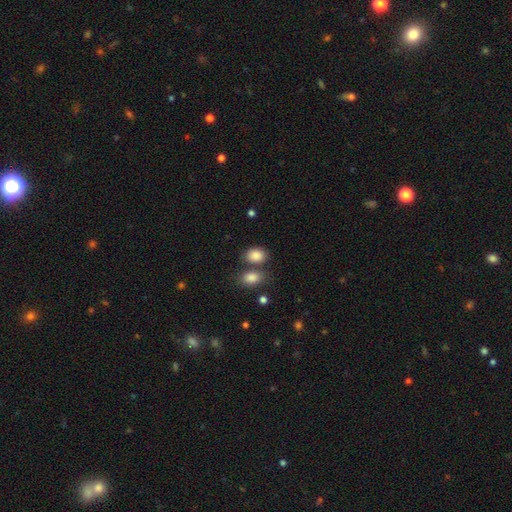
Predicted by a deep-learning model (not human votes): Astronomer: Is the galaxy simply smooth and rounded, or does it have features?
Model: smooth — 86%.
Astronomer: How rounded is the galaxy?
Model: in between — 75%.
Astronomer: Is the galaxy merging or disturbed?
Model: none — 59%.